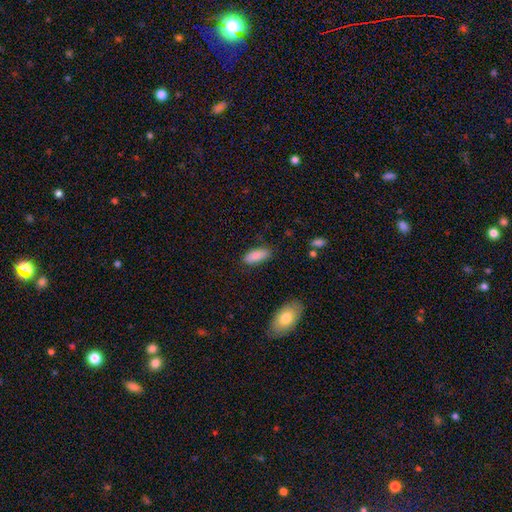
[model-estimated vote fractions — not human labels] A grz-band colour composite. It shows a smooth galaxy with no disk features (86%) that is in between round and cigar-shaped (79%). Merging: none (82%).